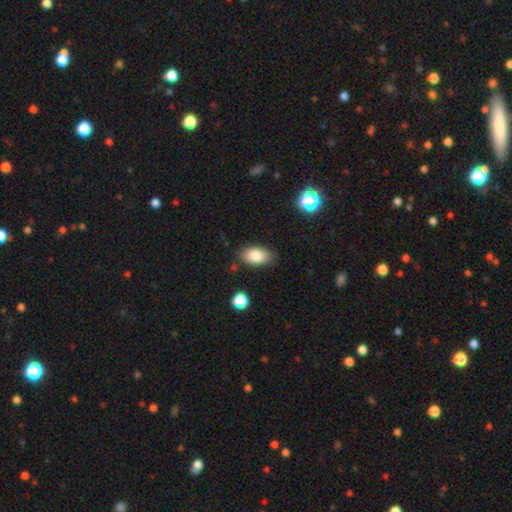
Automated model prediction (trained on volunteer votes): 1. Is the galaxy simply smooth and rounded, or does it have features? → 85% smooth, 8% star or artifact, 8% featured or disk.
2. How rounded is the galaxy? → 92% in between, 5% round, 2% cigar-shaped.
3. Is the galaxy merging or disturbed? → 82% none, 13% minor disturbance, 3% major disturbance, 2% merger.